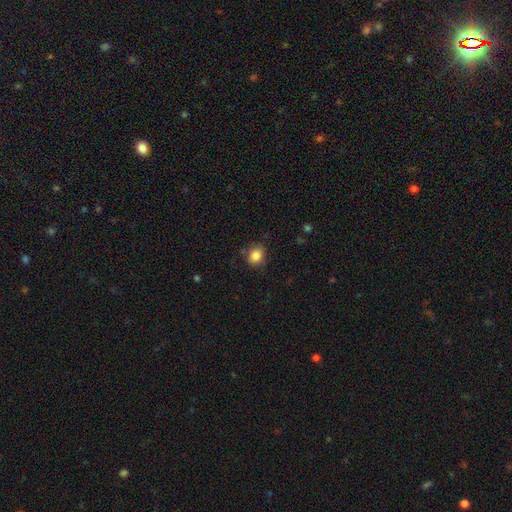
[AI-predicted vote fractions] Smooth or featured? smooth (85%)
How rounded? round (69%)
Merging? none (80%)